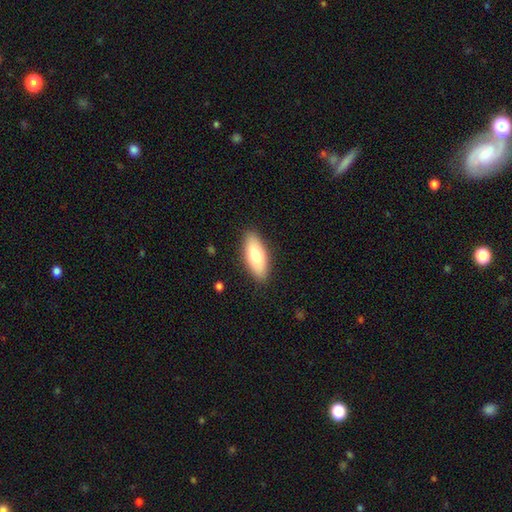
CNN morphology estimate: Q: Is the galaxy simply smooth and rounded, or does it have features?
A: smooth — 79%.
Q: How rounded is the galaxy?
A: in between — 77%.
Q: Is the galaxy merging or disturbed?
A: none — 88%.